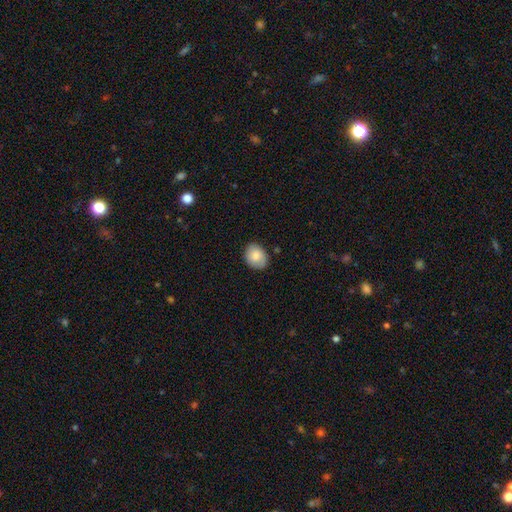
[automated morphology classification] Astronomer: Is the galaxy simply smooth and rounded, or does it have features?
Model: smooth — 83%.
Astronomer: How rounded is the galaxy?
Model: in between — 57% (runner-up: round, 42%).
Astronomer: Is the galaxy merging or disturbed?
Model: none — 80%.